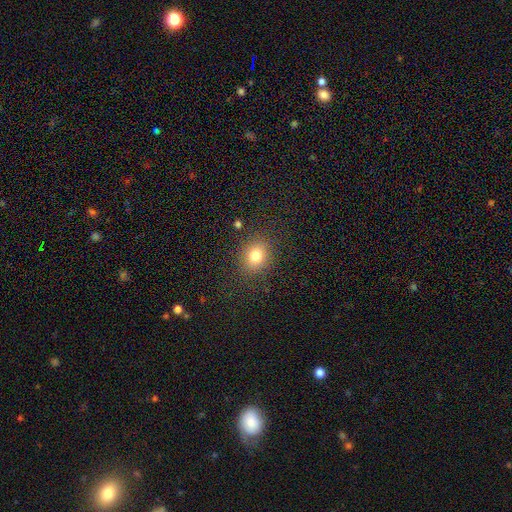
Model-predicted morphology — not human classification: Smooth or featured: smooth — 80% (star or artifact — 13%)
How rounded: round — 60% (in between — 39%)
Merging: none — 86% (minor disturbance — 9%)